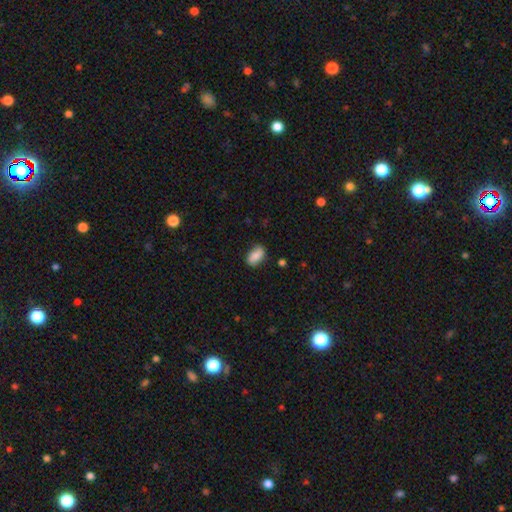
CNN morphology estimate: A smooth galaxy with no disk features (80%) that is in between round and cigar-shaped (91%). Merging: none (81%).